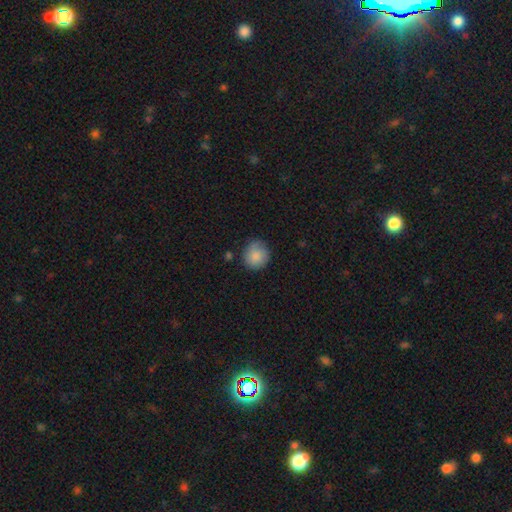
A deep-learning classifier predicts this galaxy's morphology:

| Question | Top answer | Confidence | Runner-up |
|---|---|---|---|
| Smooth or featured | smooth | 84% | featured or disk (9%) |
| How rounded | round | 86% | in between (13%) |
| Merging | none | 72% | minor disturbance (21%) |